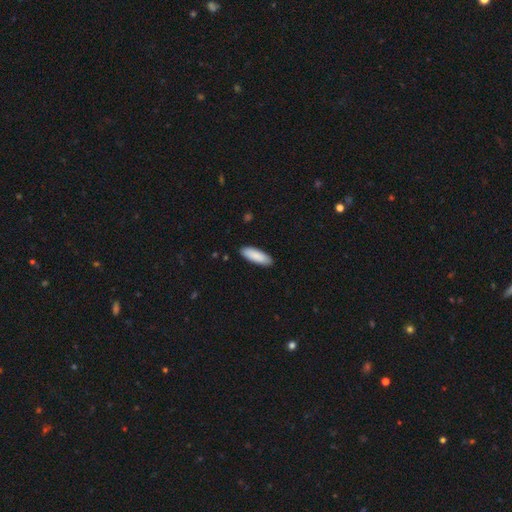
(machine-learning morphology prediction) Smooth or featured? Predicted: smooth (p=0.89). How rounded? Predicted: in between (p=0.62). Merging? Predicted: none (p=0.89).